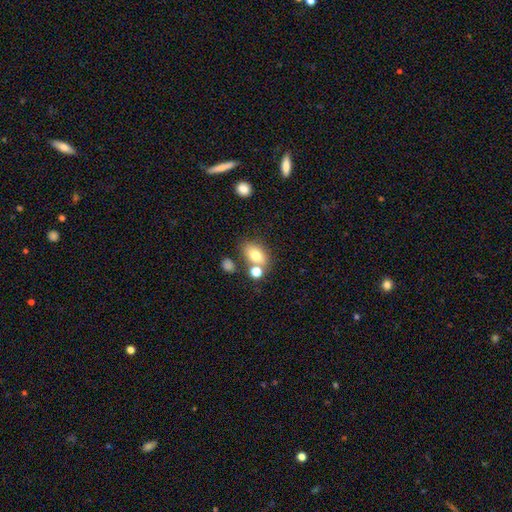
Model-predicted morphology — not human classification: A smooth galaxy with no disk features (75%) that is in between round and cigar-shaped (77%). Merging: none (58%).